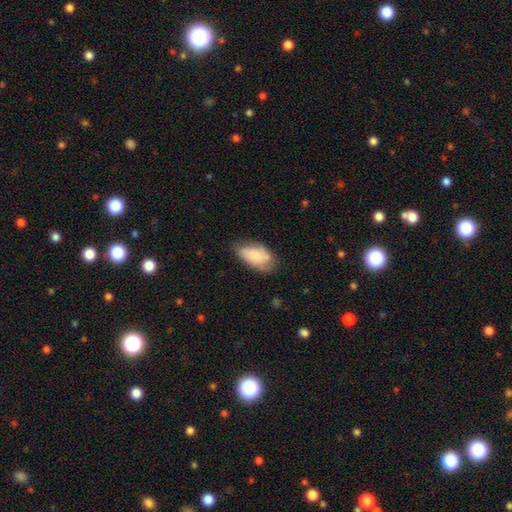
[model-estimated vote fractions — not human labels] This is likely a smooth galaxy (74%). How rounded: clearly in between (93%). Merging: possibly none (55%).